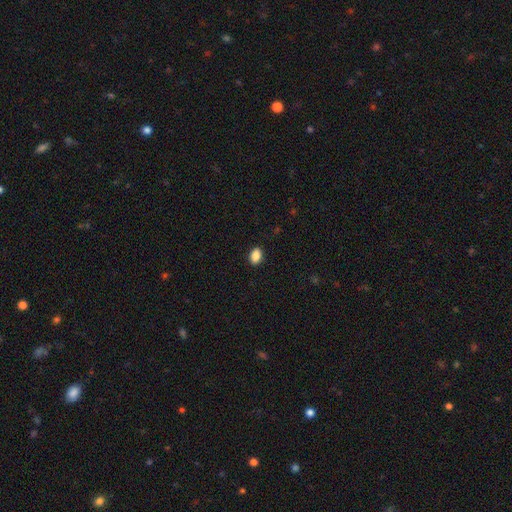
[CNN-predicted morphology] A smooth galaxy with no disk features (88%) that is in between round and cigar-shaped (82%). Merging: none (90%).